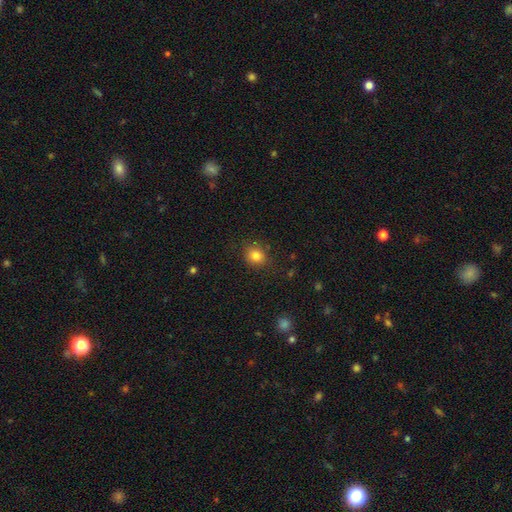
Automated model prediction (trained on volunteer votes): Smooth or featured?
  - smooth: 82% *
  - star or artifact: 11%
  - featured or disk: 7%
How rounded?
  - round: 69% *
  - in between: 30%
  - cigar-shaped: 1%
Merging?
  - none: 83% *
  - minor disturbance: 12%
  - major disturbance: 3%
  - merger: 2%